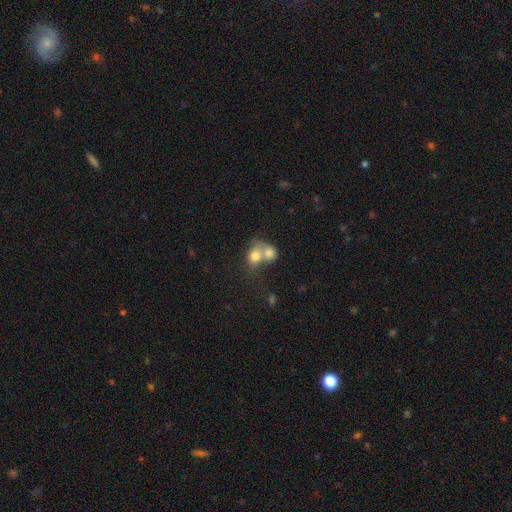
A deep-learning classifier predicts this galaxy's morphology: Smooth or featured? smooth (75%)
How rounded? round (59%)
Merging? merger (73%)